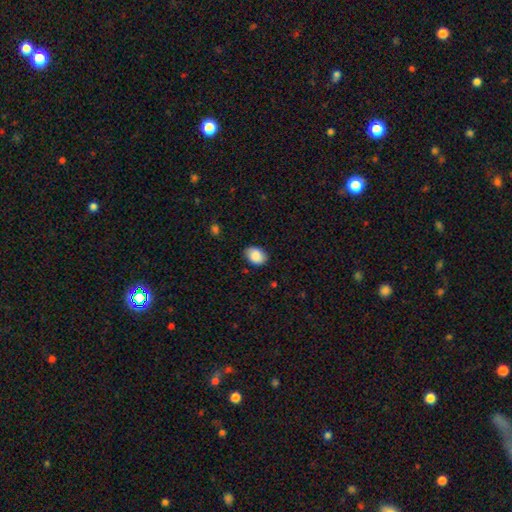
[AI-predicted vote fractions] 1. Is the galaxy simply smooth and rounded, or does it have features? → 87% smooth, 7% star or artifact, 6% featured or disk.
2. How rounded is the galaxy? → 75% in between, 24% round, 1% cigar-shaped.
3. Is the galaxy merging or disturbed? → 81% none, 15% minor disturbance, 3% major disturbance, 1% merger.